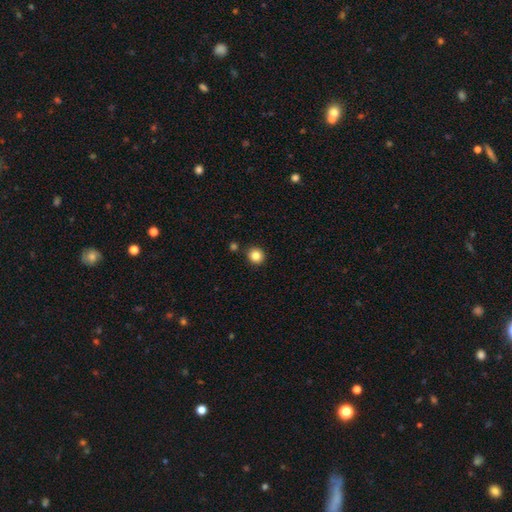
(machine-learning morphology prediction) This appears to be a smooth galaxy with no disk features (84%) that is round (89%). Merging: none (88%).